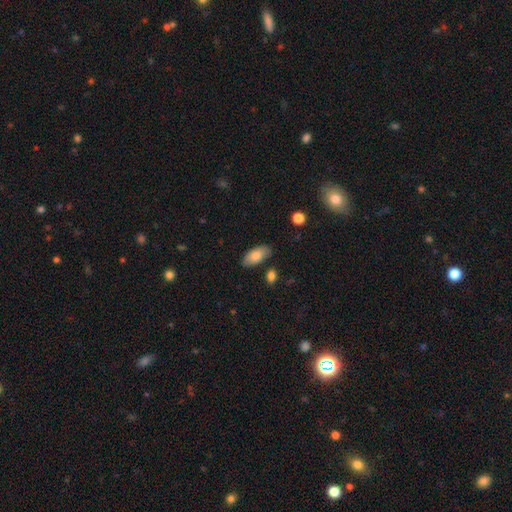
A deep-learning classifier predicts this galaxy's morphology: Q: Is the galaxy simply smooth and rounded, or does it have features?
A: smooth — 81%.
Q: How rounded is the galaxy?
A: in between — 91%.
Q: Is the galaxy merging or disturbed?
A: none — 81%.